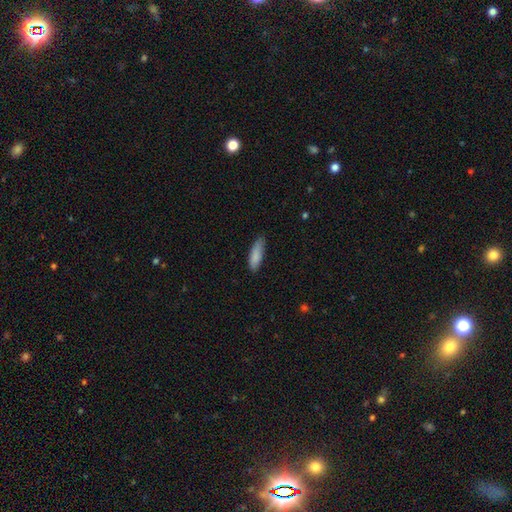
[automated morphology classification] A smooth galaxy with no disk features (87%) that is cigar-shaped (52%).

Vote fractions:
- Smooth or featured? smooth: 87% / featured or disk: 7% / star or artifact: 6%
- How rounded? cigar-shaped: 52% / in between: 46% / round: 2%
- Merging? none: 73% / minor disturbance: 23% / major disturbance: 3% / merger: 1%